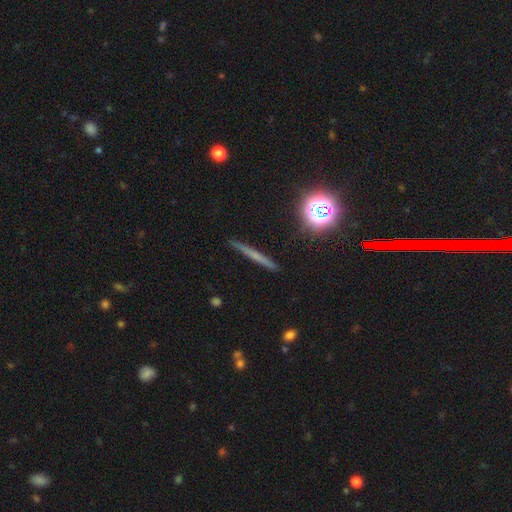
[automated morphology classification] Smooth or featured: featured or disk — 46% (smooth — 39%)
Merging: none — 90% (minor disturbance — 7%)